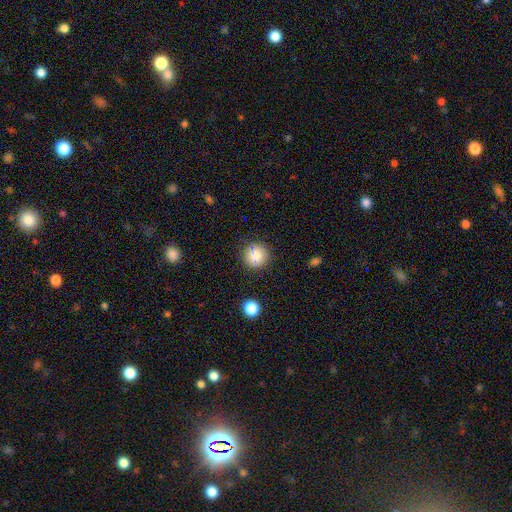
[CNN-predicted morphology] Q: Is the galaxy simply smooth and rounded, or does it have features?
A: smooth — 81%.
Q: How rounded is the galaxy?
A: round — 92%.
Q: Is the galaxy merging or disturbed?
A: none — 85%.